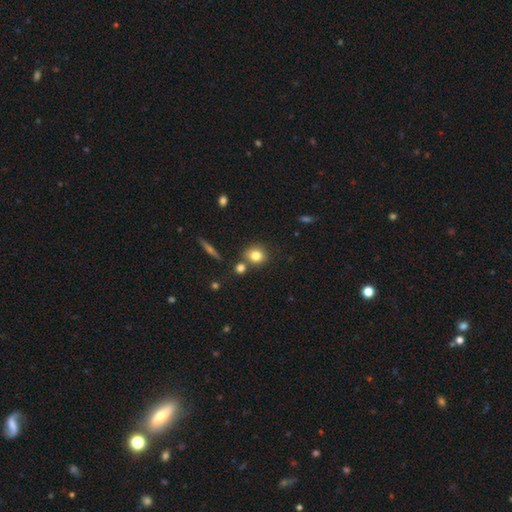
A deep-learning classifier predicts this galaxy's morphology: smooth 79%, star or artifact 11%, featured or disk 10%. Down the decision tree: how rounded — round (75%); merging — none (71%).